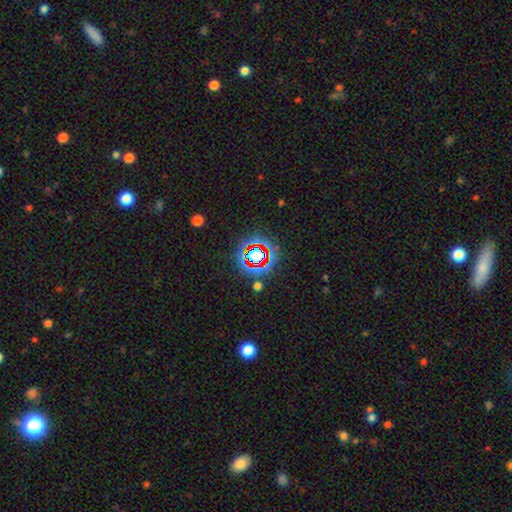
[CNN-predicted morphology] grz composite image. It shows a star or artifact, not a galaxy (70%).